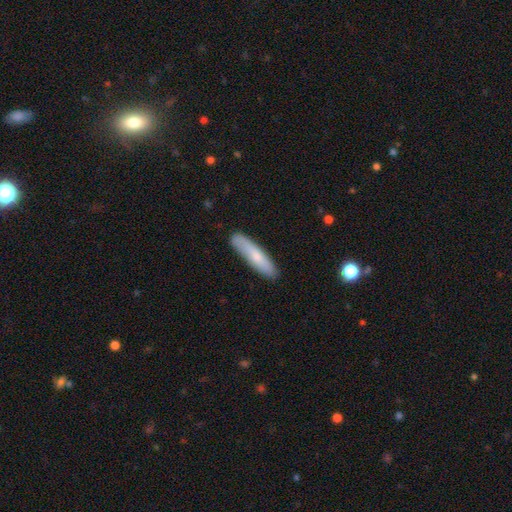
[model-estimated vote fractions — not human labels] Smooth or featured?
  - smooth: 71% *
  - featured or disk: 23%
  - star or artifact: 6%
How rounded?
  - cigar-shaped: 81% *
  - in between: 18%
  - round: 1%
Merging?
  - none: 82% *
  - minor disturbance: 14%
  - major disturbance: 2%
  - merger: 2%